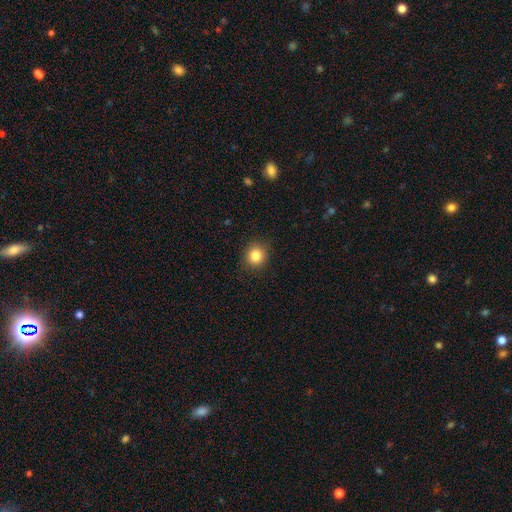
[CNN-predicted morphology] The model was most divided on "how rounded": round: 85%, in between: 14%, cigar-shaped: 1%. More confident: merging — none (90%); smooth or featured — smooth (84%).